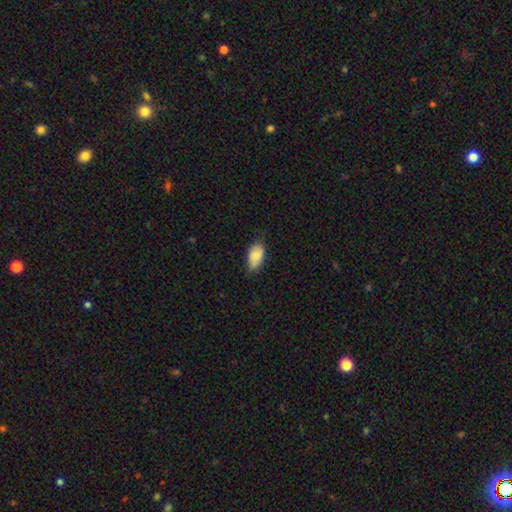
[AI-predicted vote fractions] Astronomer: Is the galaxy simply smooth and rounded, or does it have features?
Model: smooth — 88%.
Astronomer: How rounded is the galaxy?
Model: in between — 93%.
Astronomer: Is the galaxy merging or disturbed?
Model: none — 74%.